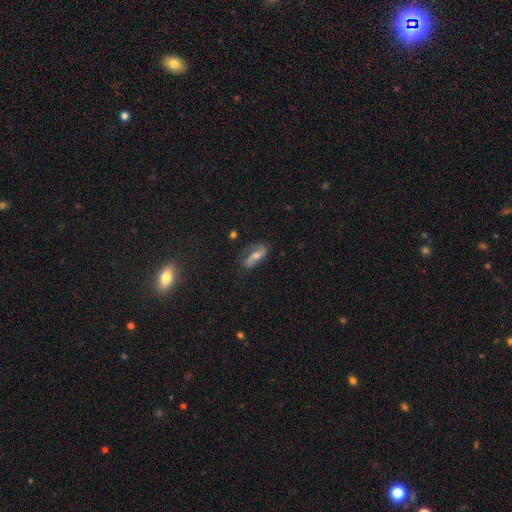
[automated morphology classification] smooth-or-featured: featured or disk: 59% | smooth: 30% | star or artifact: 11%
  disk-edge-on: no: 76% | yes: 24%
  merging: none: 71% | minor disturbance: 19% | major disturbance: 8% | merger: 2%